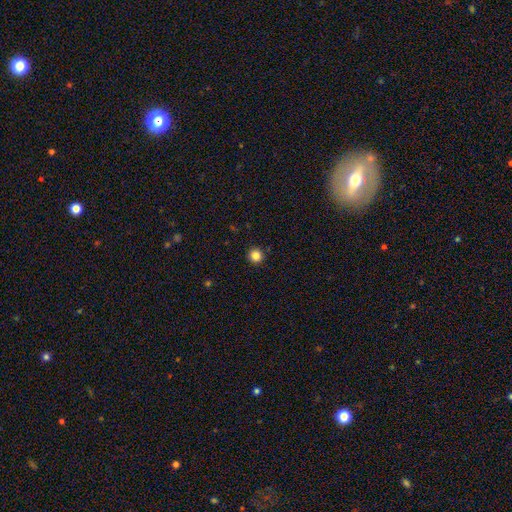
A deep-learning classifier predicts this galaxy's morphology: Smooth or featured: smooth — 84% (star or artifact — 12%)
How rounded: round — 95% (in between — 4%)
Merging: none — 93% (minor disturbance — 4%)